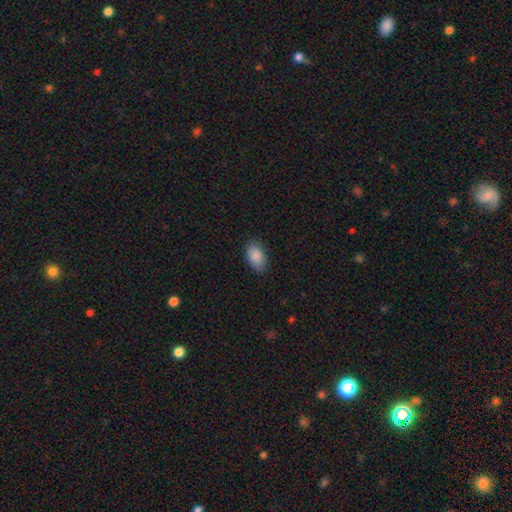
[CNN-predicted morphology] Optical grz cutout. It shows a smooth galaxy with no disk features (88%) that is in between round and cigar-shaped (93%). Merging: none (83%).